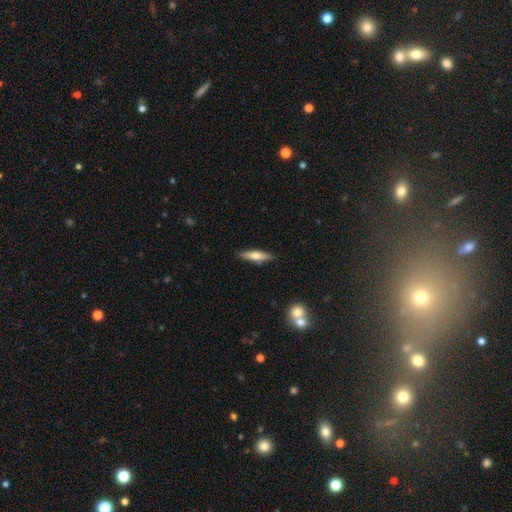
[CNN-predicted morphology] Overall: smooth (56%; featured or disk 38%). How rounded: cigar-shaped (77%). Merging: none (88%).